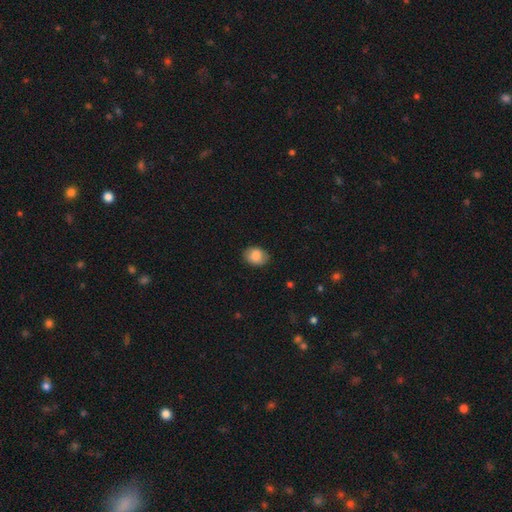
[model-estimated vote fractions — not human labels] Overall: smooth (84%). How rounded: in between (64%; round 36%). Merging: none (83%).